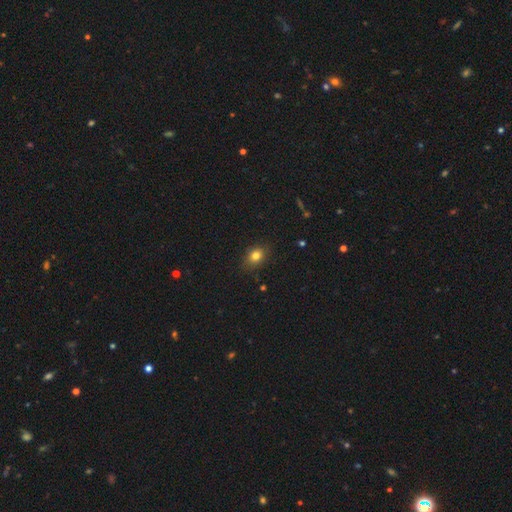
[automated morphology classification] A smooth galaxy with no disk features (81%) that is in between round and cigar-shaped (56%).

Vote fractions:
- Smooth or featured? smooth: 81% / star or artifact: 12% / featured or disk: 7%
- How rounded? in between: 56% / round: 43% / cigar-shaped: 1%
- Merging? none: 84% / minor disturbance: 12% / major disturbance: 3% / merger: 1%